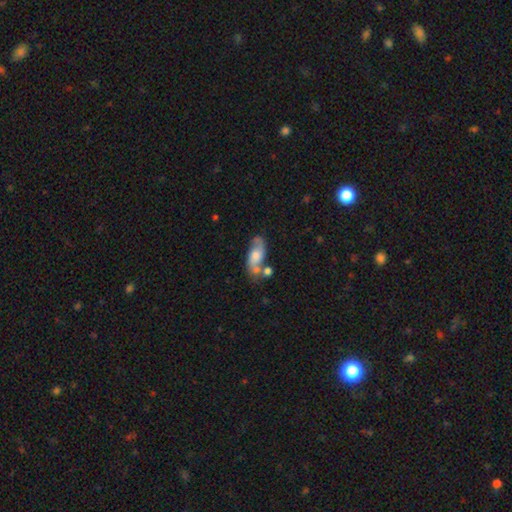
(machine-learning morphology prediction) Q: Smooth or featured?
A: featured or disk (55%); runner-up: smooth (37%)
Q: Edge-on disk?
A: no (88%); runner-up: yes (12%)
Q: Merging?
A: none (49%); runner-up: merger (23%)